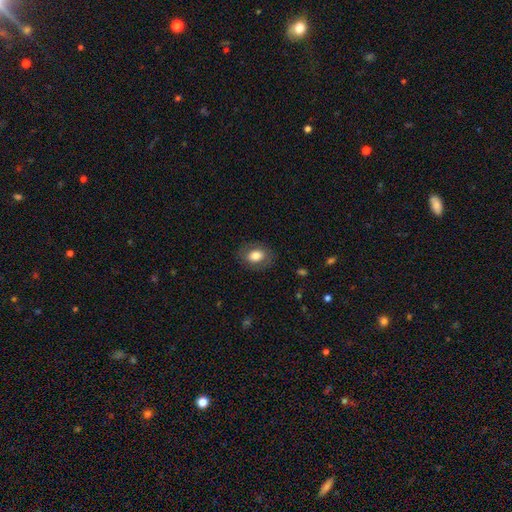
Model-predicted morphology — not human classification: A smooth galaxy with no disk features (77%) that is in between round and cigar-shaped (71%).

Vote fractions:
- Smooth or featured? smooth: 77% / featured or disk: 16% / star or artifact: 8%
- How rounded? in between: 71% / round: 28% / cigar-shaped: 1%
- Merging? none: 82% / minor disturbance: 12% / major disturbance: 5% / merger: 1%